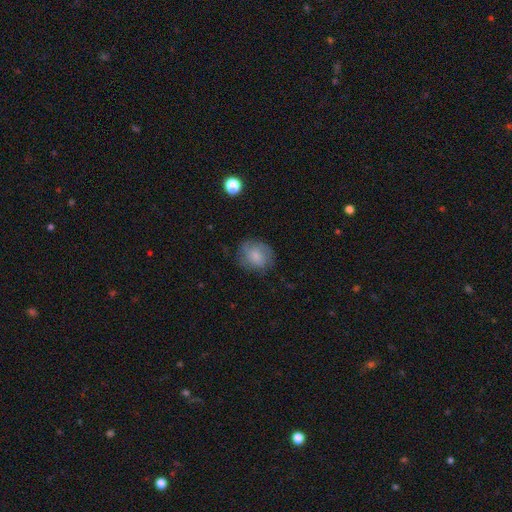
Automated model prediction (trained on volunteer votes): smooth_or_featured: smooth (p=0.64) [alt: featured or disk p=0.27]
how_rounded: round (p=0.64) [alt: in between p=0.35]
merging: none (p=0.69) [alt: minor disturbance p=0.21]